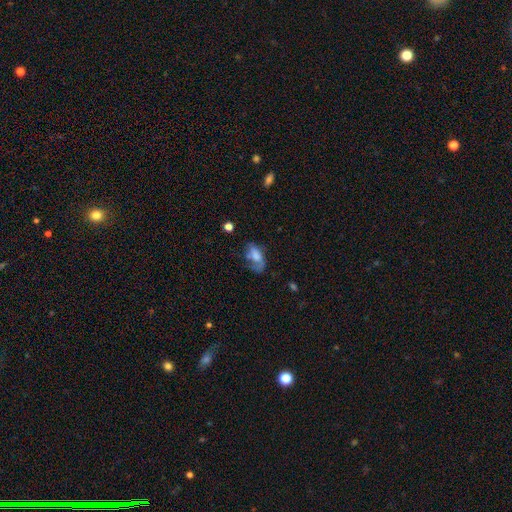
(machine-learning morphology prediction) A smooth galaxy with no disk features (52%) that is in between round and cigar-shaped (87%). Merging: major disturbance (39%).